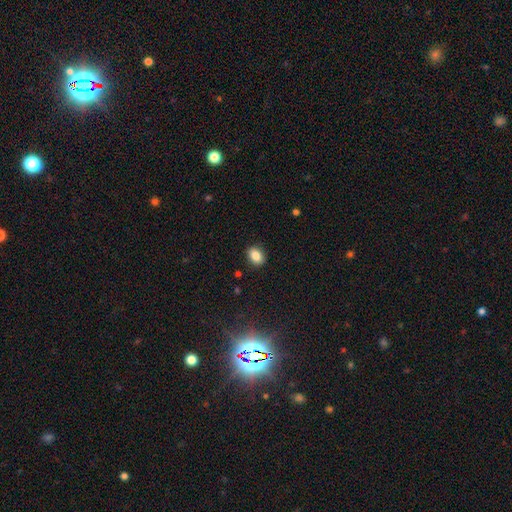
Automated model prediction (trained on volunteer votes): This is clearly a smooth galaxy (85%). How rounded: likely in between (69%). Merging: clearly none (88%).